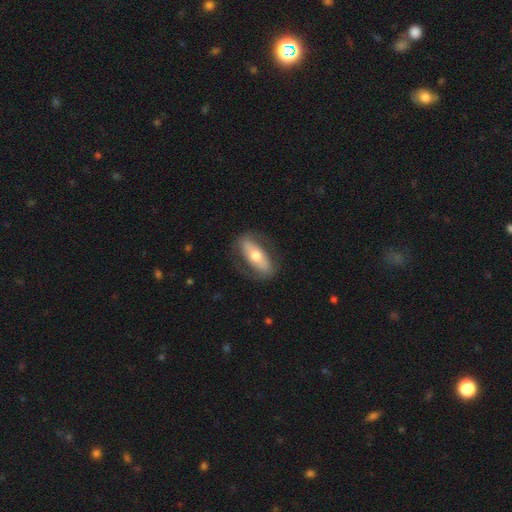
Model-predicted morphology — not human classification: Smooth or featured? featured or disk (50%)
Edge-on disk? no (76%)
Merging? none (77%)